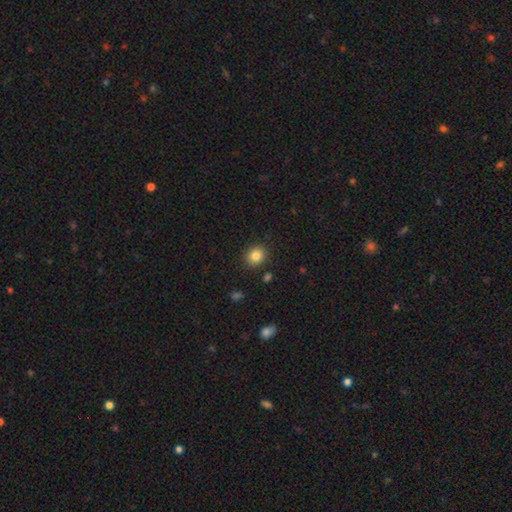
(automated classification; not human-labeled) This is clearly a smooth galaxy (84%). How rounded: likely round (79%). Merging: clearly none (88%).